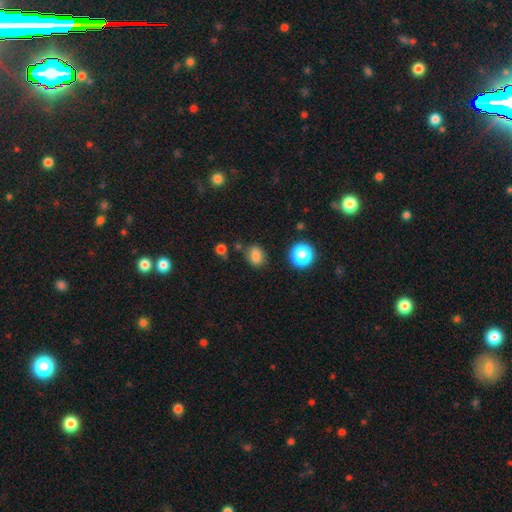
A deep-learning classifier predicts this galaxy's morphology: type=smooth (80%); roundness=in between (59%); merging=none (77%).